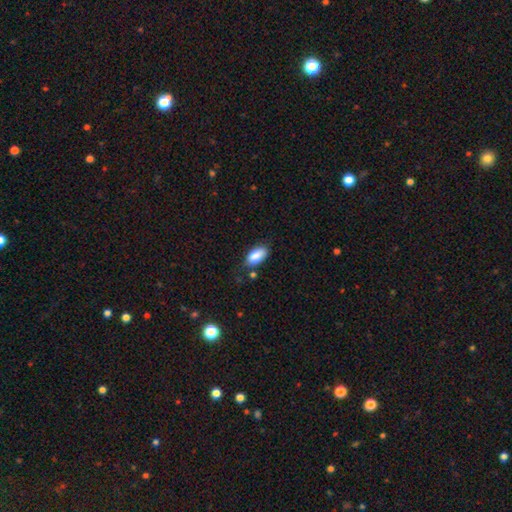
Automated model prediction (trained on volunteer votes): Smooth or featured? smooth (87%)
How rounded? in between (92%)
Merging? none (71%)